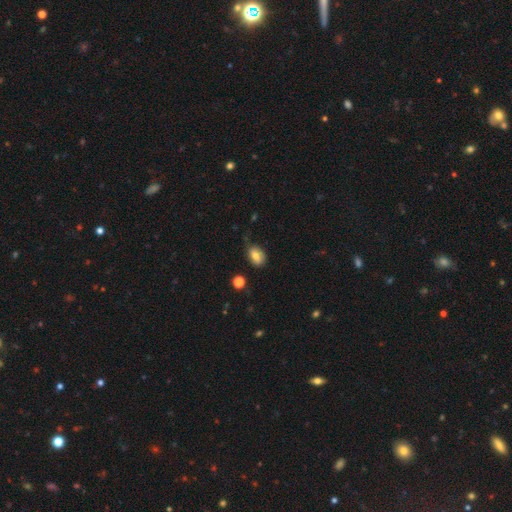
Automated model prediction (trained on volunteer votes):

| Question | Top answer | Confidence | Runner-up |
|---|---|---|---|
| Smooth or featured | smooth | 75% | featured or disk (16%) |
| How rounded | in between | 82% | round (16%) |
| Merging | none | 66% | minor disturbance (26%) |